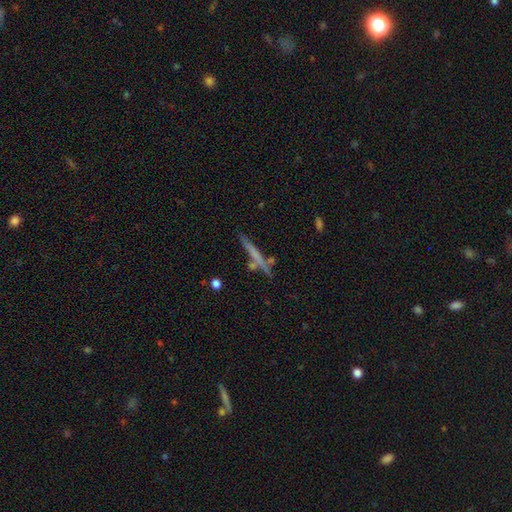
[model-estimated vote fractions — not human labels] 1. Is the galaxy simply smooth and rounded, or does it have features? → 46% smooth (tied), 46% featured or disk (tied), 8% star or artifact.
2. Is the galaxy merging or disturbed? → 74% none, 13% minor disturbance, 9% merger, 4% major disturbance.